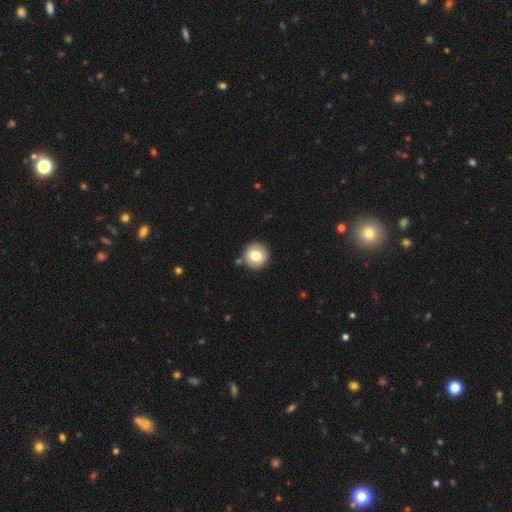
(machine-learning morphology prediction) Smooth or featured? Predicted: smooth (p=0.79). How rounded? Predicted: round (p=0.93). Merging? Predicted: none (p=0.84).